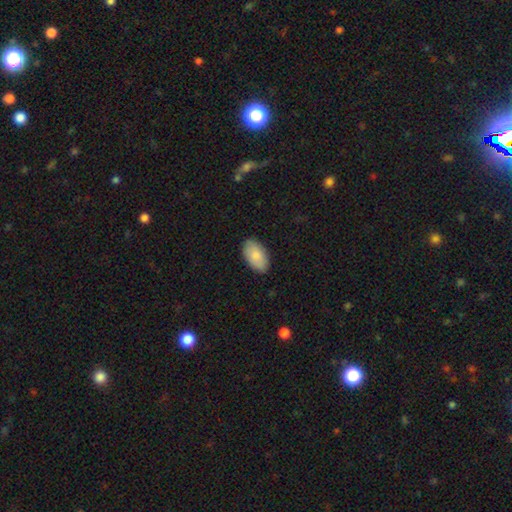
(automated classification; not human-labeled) smooth-or-featured: smooth: 85% | featured or disk: 9% | star or artifact: 6%
  how-rounded: in between: 95% | round: 3% | cigar-shaped: 2%
  merging: none: 87% | minor disturbance: 10% | major disturbance: 2% | merger: 1%